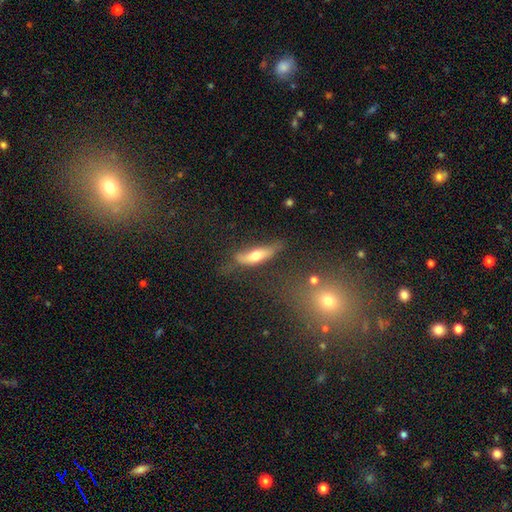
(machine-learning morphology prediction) This appears to be a smooth galaxy with no disk features (54%) that is cigar-shaped (57%). Merging: none (51%).